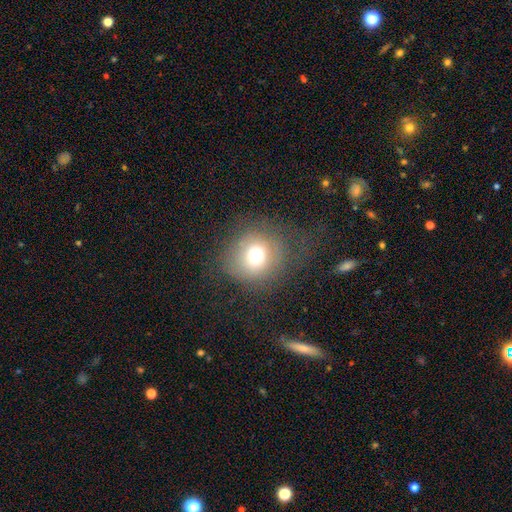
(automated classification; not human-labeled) Overall: smooth (70%). How rounded: round (85%). Merging: none (66%).